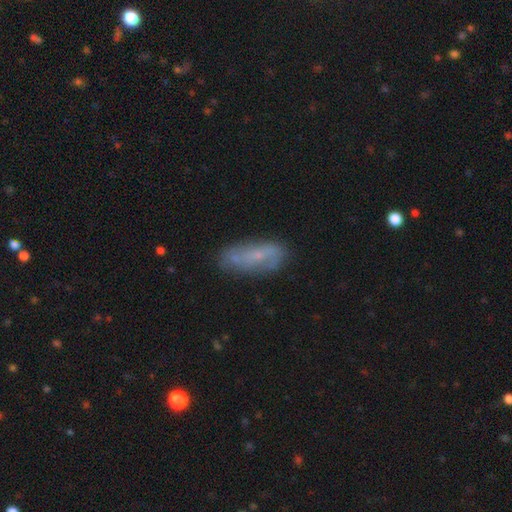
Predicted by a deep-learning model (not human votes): This appears to be a featured or disk galaxy (50%). Merging: none (75%).